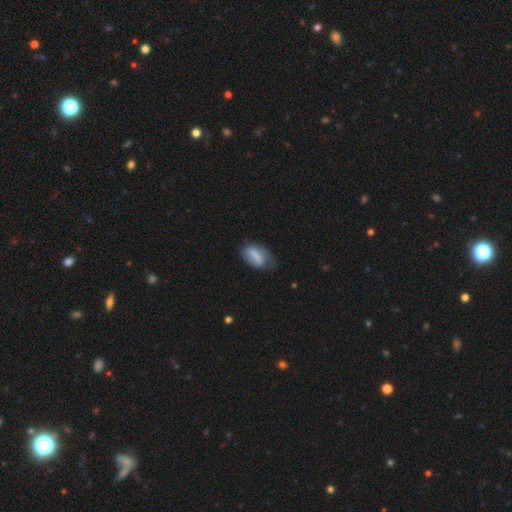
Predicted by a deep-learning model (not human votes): Morphology: type=smooth (62%); roundness=in between (87%); merging=none (44%).